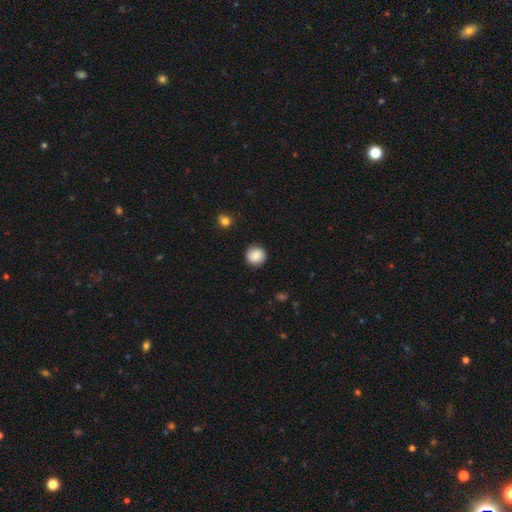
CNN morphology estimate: A smooth galaxy with no disk features (85%) that is round (92%). Merging: none (88%).